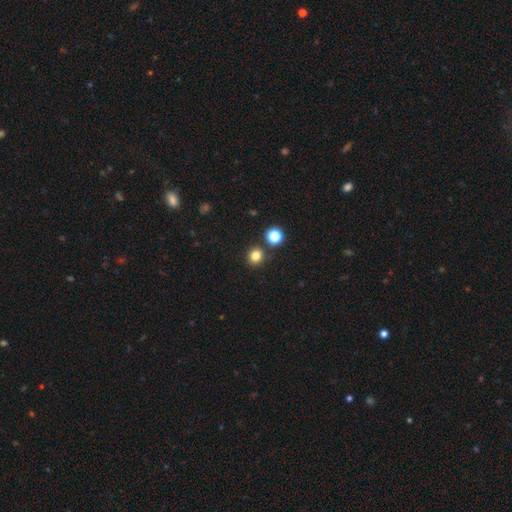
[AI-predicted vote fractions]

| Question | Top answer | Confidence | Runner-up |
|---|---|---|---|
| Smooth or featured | smooth | 80% | star or artifact (15%) |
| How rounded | round | 89% | in between (10%) |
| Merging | none | 86% | minor disturbance (6%) |